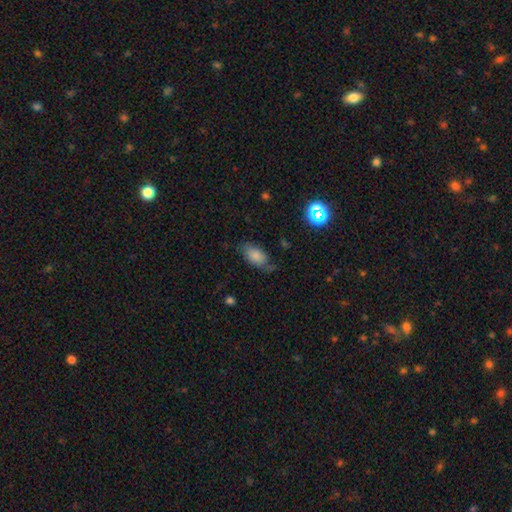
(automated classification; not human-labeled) smooth_or_featured: smooth (p=0.76) [alt: featured or disk p=0.14]
how_rounded: in between (p=0.92) [alt: round p=0.05]
merging: none (p=0.59) [alt: minor disturbance p=0.28]